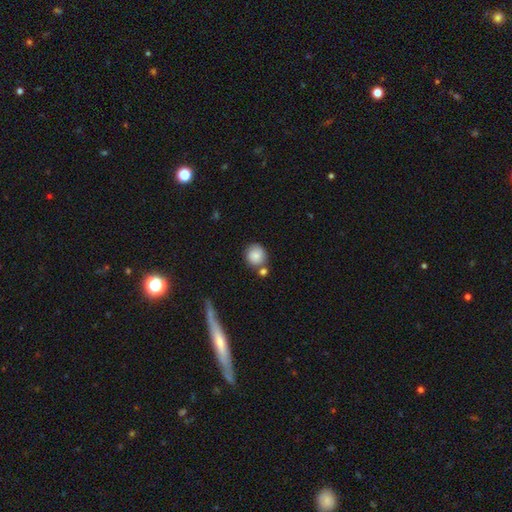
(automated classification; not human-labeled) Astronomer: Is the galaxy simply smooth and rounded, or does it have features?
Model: smooth — 83%.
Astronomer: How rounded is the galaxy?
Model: round — 89%.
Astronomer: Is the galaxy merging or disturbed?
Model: none — 66%.